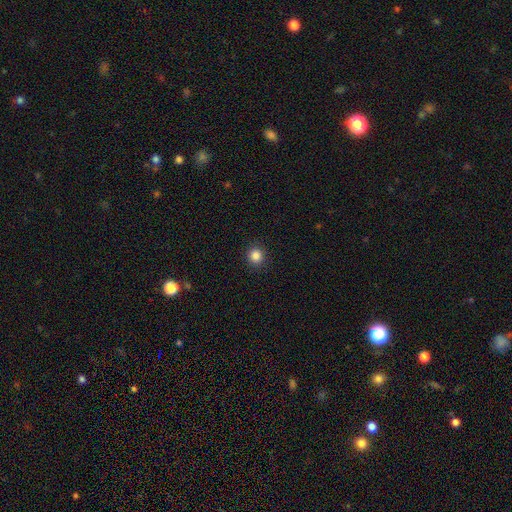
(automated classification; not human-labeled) This appears to be a smooth galaxy with no disk features (85%) that is round (92%). Merging: none (92%).